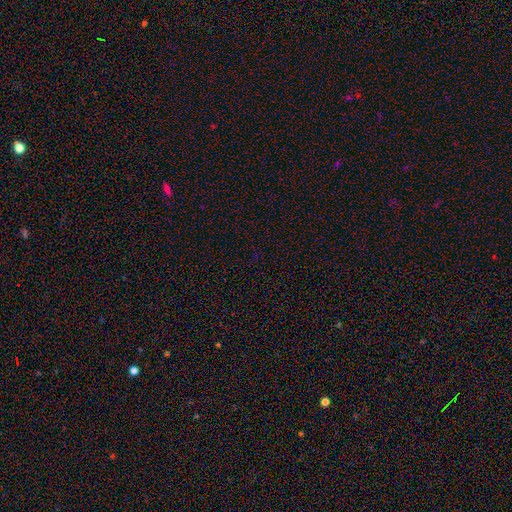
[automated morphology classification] star or artifact 71%, smooth 22%, featured or disk 7%.